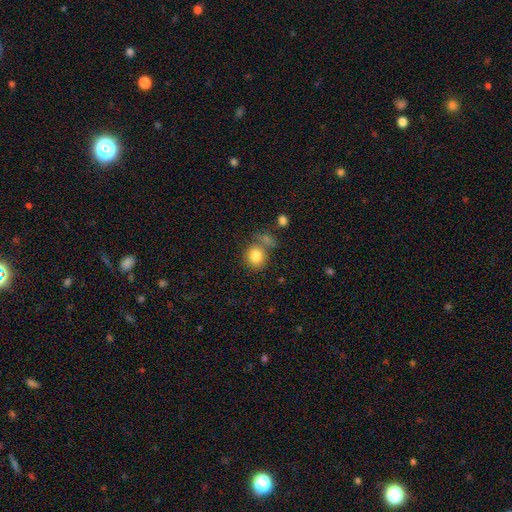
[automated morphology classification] A smooth galaxy with no disk features (83%) that is round (73%).

Vote fractions:
- Smooth or featured? smooth: 83% / star or artifact: 10% / featured or disk: 7%
- How rounded? round: 73% / in between: 26% / cigar-shaped: 1%
- Merging? none: 62% / merger: 20% / minor disturbance: 14% / major disturbance: 5%